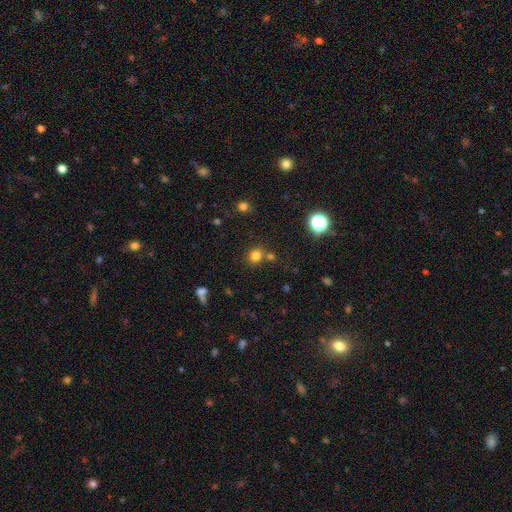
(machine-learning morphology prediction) The model was most divided on "merging": none: 72%, merger: 16%, minor disturbance: 9%, major disturbance: 3%. More confident: how rounded — round (80%); smooth or featured — smooth (77%).